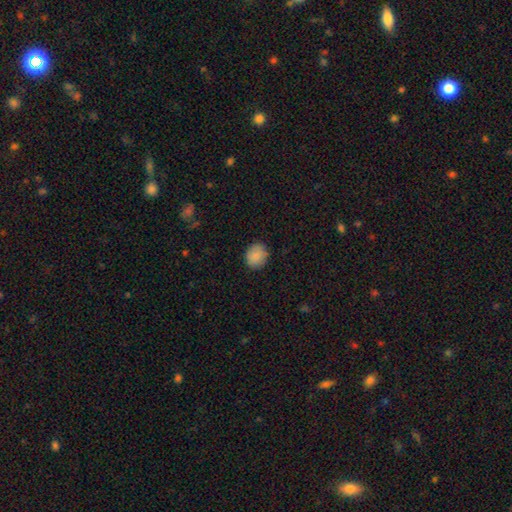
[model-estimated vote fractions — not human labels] The model was most divided on "how rounded": round: 67%, in between: 32%, cigar-shaped: 1%. More confident: smooth or featured — smooth (88%); merging — none (86%).